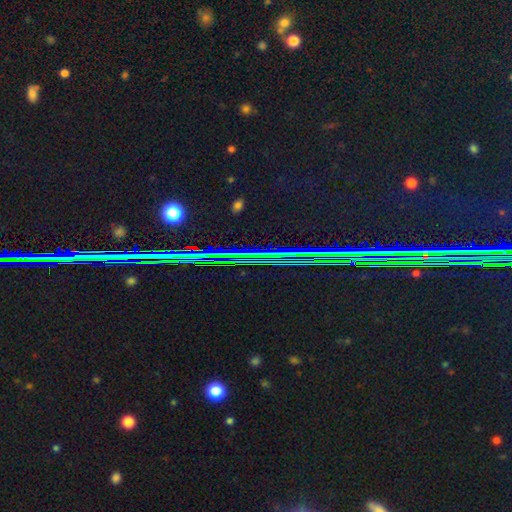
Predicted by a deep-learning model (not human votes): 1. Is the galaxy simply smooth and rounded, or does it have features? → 86% star or artifact, 7% featured or disk, 6% smooth.